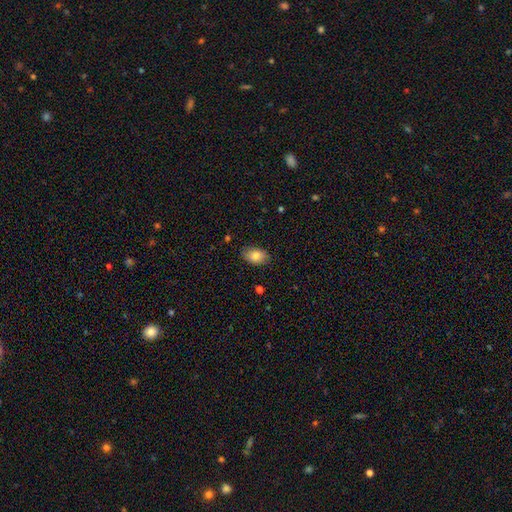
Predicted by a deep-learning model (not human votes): Overall: smooth (83%). How rounded: in between (87%). Merging: none (84%).